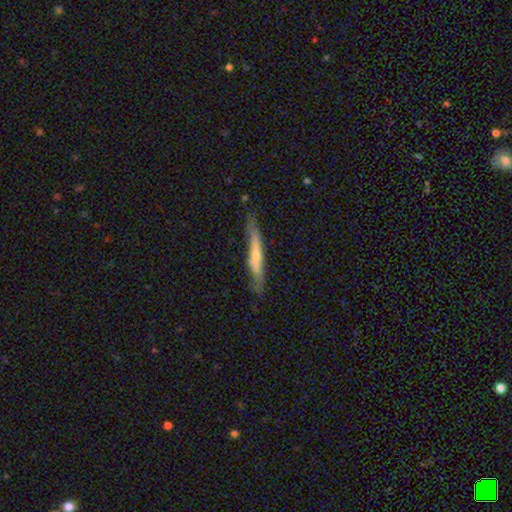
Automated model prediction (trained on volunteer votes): Smooth or featured?
  - featured or disk: 47% * (tied)
  - smooth: 47% * (tied)
  - star or artifact: 6%
Merging?
  - none: 76% *
  - minor disturbance: 17%
  - major disturbance: 3%
  - merger: 3%